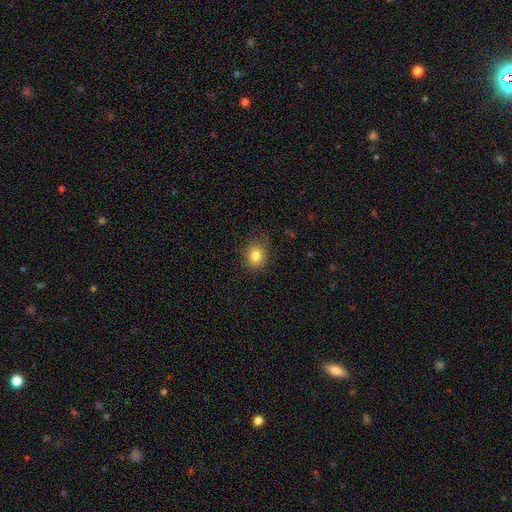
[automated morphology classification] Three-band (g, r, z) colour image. It shows a smooth galaxy with no disk features (82%) that is round (62%). Merging: none (79%).